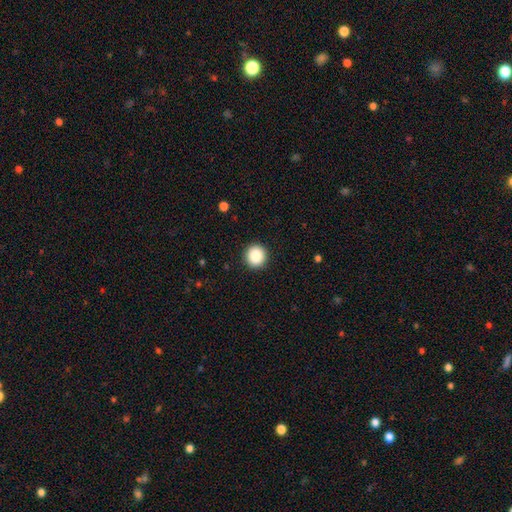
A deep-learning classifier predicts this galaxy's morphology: Smooth or featured: smooth — 87% (star or artifact — 9%)
How rounded: round — 94% (in between — 5%)
Merging: none — 93% (minor disturbance — 5%)